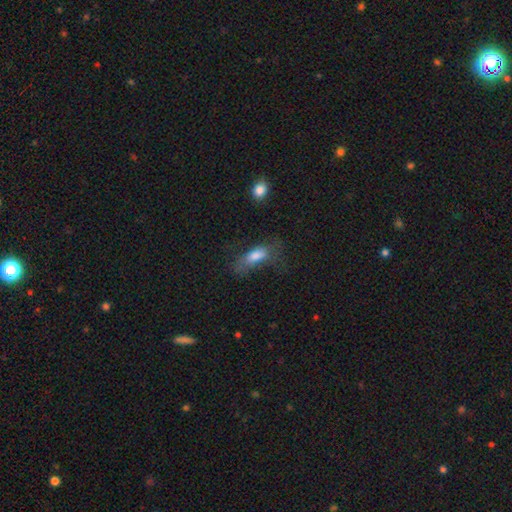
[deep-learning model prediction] smooth 73%, featured or disk 18%, star or artifact 9%. Down the decision tree: how rounded — in between (72%); merging — none (39%).